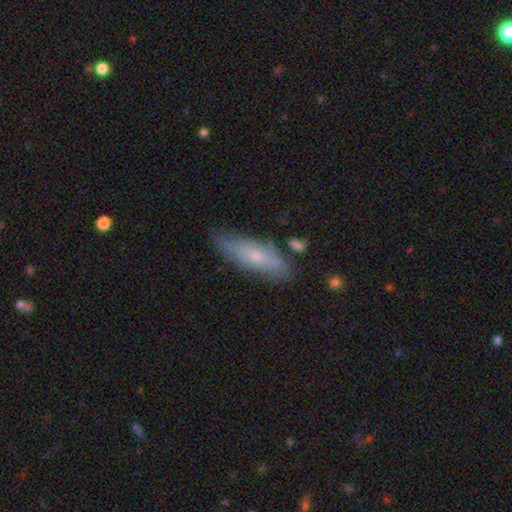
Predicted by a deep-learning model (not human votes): Smooth or featured? Predicted: smooth (p=0.58). How rounded? Predicted: in between (p=0.53). Merging? Predicted: none (p=0.68).